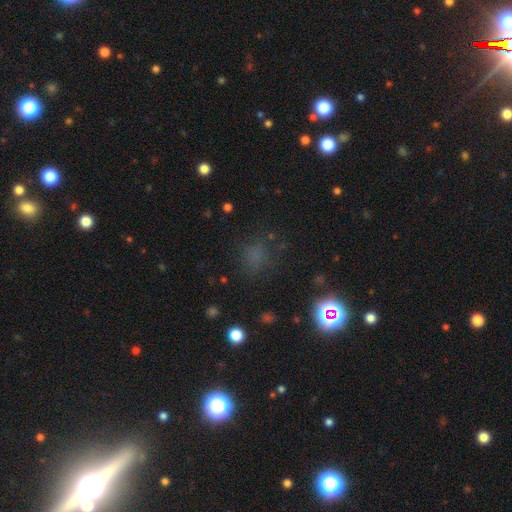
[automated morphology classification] smooth_or_featured: smooth (p=0.59) [alt: star or artifact p=0.31]
how_rounded: round (p=0.77) [alt: in between p=0.22]
merging: none (p=0.74) [alt: minor disturbance p=0.15]